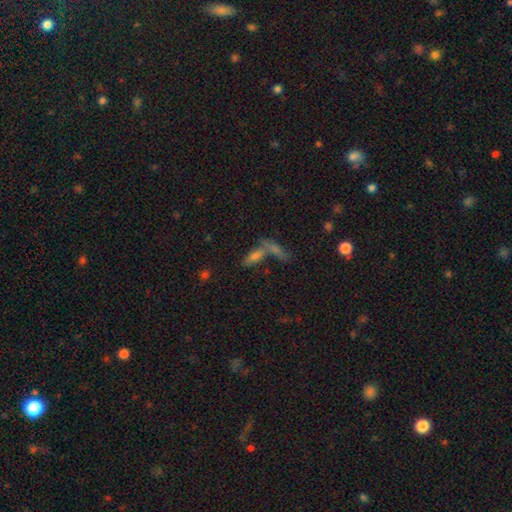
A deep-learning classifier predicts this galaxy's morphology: Overall: smooth (57%; featured or disk 26%). How rounded: cigar-shaped (51%; in between 45%). Merging: merger (48%; none 39%).